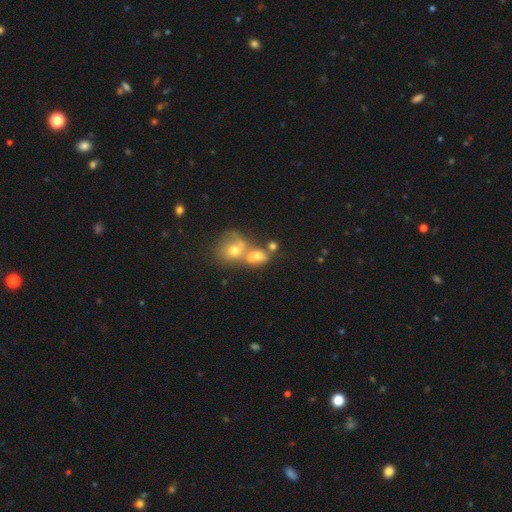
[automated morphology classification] Overall: smooth (52%; featured or disk 31%). How rounded: round (56%; in between 42%). Merging: merger (68%).